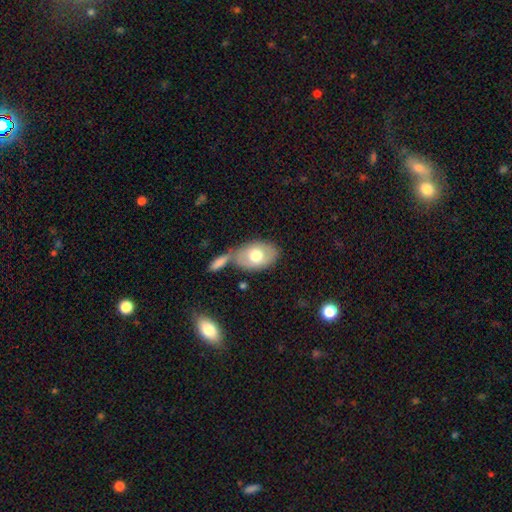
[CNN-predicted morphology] Q: Smooth or featured?
A: smooth (66%); runner-up: featured or disk (29%)
Q: How rounded?
A: in between (87%); runner-up: round (12%)
Q: Merging?
A: none (52%); runner-up: merger (28%)